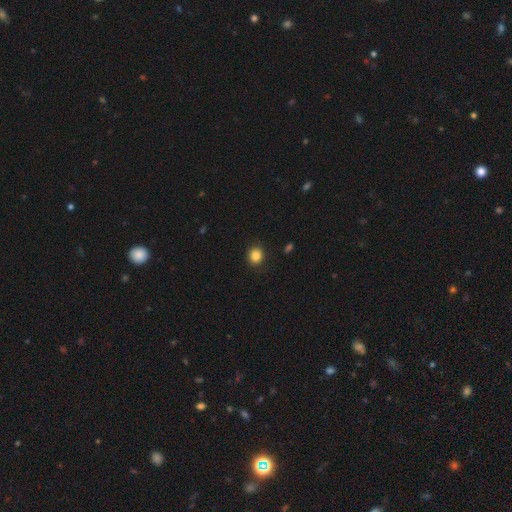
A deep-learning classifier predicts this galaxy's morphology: smooth 85%, star or artifact 11%, featured or disk 5%. Down the decision tree: how rounded — round (83%); merging — none (90%).